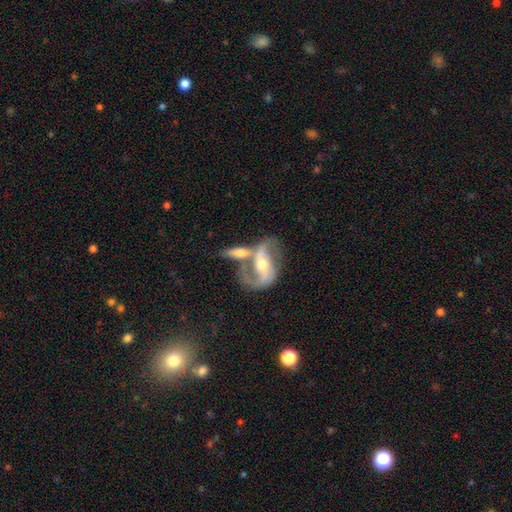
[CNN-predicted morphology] Smooth or featured: featured or disk — 78% (smooth — 14%)
Edge-on disk: no — 91% (yes — 9%)
Bar: strong — 37% (weak — 36%)
Spiral arms: yes — 80% (no — 20%)
Spiral winding: medium — 39% (tied with loose — 39%)
Spiral arm count: 2 — 80% (can't tell — 11%)
Bulge size: moderate — 62% (small — 33%)
Merging: merger — 43% (none — 34%)